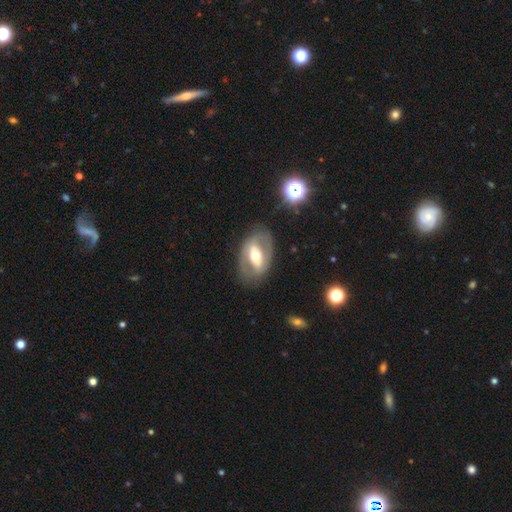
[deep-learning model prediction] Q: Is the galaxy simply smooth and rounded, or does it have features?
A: featured or disk — 67%.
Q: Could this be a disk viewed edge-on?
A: no — 92%.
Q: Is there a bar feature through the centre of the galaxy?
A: strong — 50%.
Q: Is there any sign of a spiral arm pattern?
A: no — 62%.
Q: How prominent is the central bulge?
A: moderate — 70%.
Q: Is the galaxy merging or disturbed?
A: none — 77%.